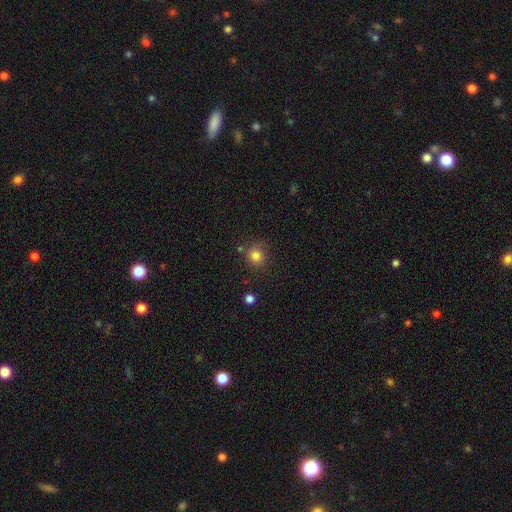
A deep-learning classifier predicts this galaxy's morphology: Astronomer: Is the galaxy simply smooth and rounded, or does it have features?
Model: smooth — 83%.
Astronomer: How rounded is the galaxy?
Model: round — 89%.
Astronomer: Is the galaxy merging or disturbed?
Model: none — 77%.